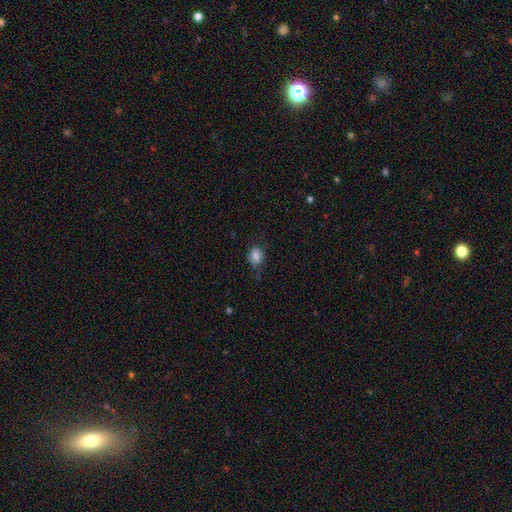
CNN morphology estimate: smooth 81%, star or artifact 10%, featured or disk 9%. Down the decision tree: how rounded — in between (58%); merging — none (57%).